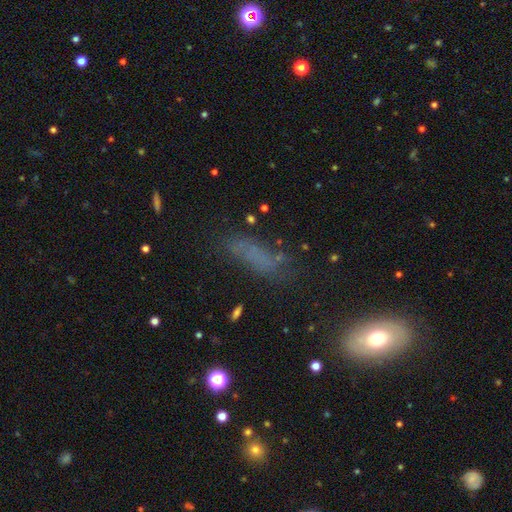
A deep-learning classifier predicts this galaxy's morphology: smooth_or_featured: smooth (p=0.54) [alt: featured or disk p=0.24]
how_rounded: in between (p=0.57) [alt: cigar-shaped p=0.38]
merging: none (p=0.59) [alt: minor disturbance p=0.22]